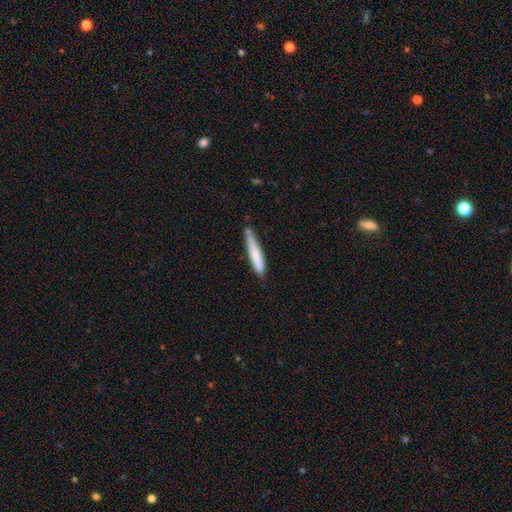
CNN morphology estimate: Smooth or featured?
  - smooth: 74% *
  - featured or disk: 20%
  - star or artifact: 6%
How rounded?
  - cigar-shaped: 92% *
  - in between: 6%
  - round: 1%
Merging?
  - none: 67% *
  - minor disturbance: 22%
  - merger: 7%
  - major disturbance: 4%